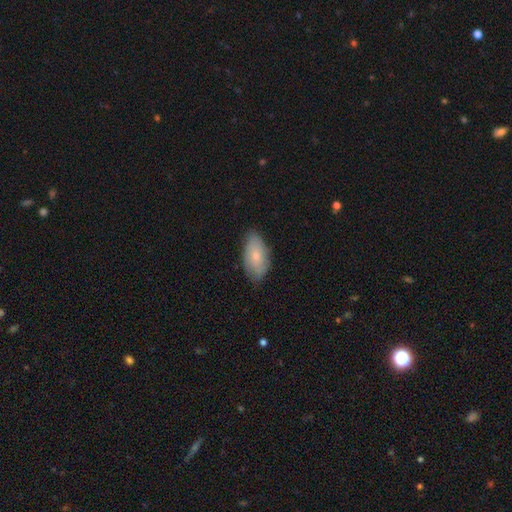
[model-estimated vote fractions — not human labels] This is likely a smooth galaxy (71%). How rounded: clearly in between (93%). Merging: likely none (74%).